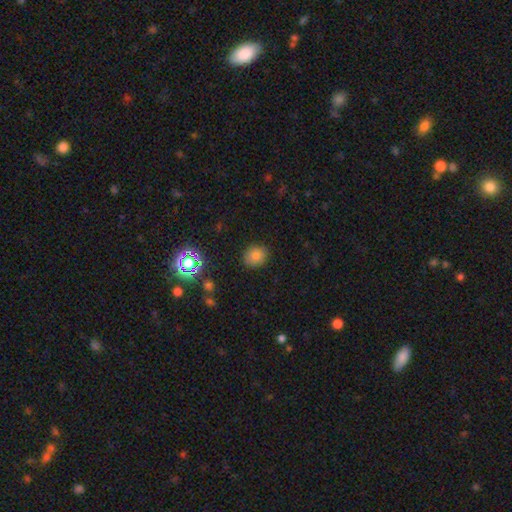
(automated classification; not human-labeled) Smooth or featured: smooth — 79% (star or artifact — 15%)
How rounded: round — 61% (in between — 38%)
Merging: none — 85% (minor disturbance — 10%)